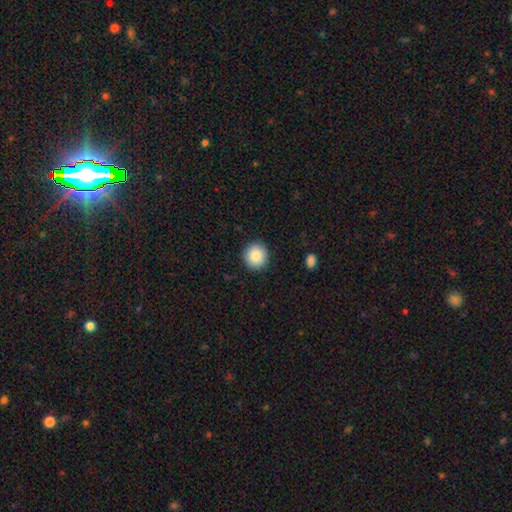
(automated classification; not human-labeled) This appears to be a smooth galaxy with no disk features (87%) that is round (91%). Merging: none (91%).